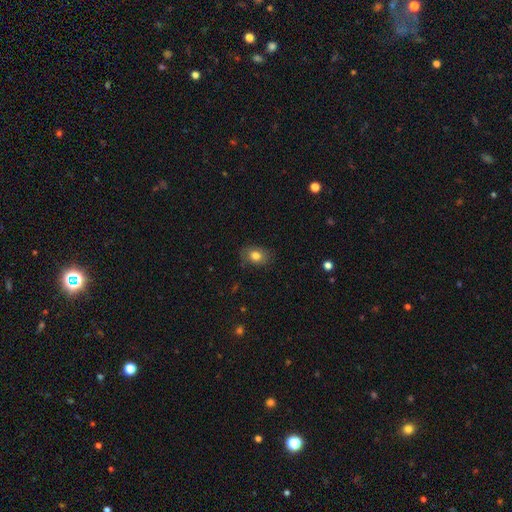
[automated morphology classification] The model was most divided on "how rounded": in between: 70%, round: 29%, cigar-shaped: 1%. More confident: smooth or featured — smooth (78%); merging — none (78%).